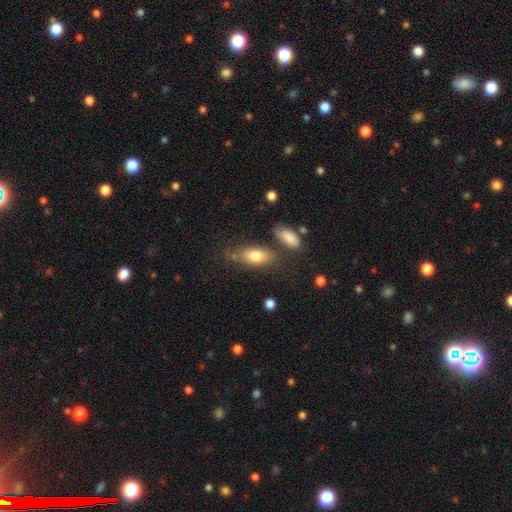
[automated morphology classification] A smooth galaxy with no disk features (78%) that is in between round and cigar-shaped (84%). Merging: none (65%).